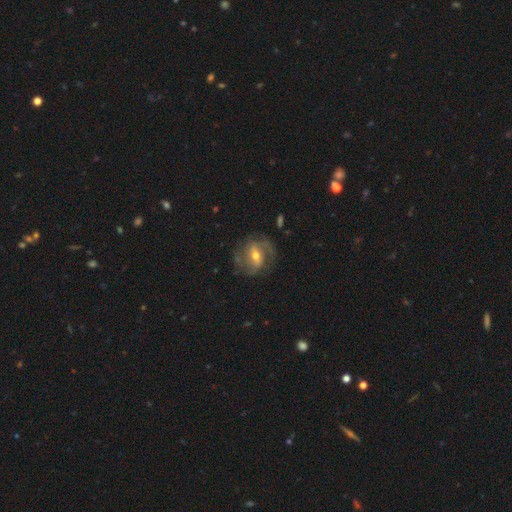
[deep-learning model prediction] featured or disk 78%, smooth 15%, star or artifact 6%. Down the decision tree: edge-on disk — no (96%); bar — weak (43%); spiral arms — yes (90%); spiral arm count — 2 (72%); spiral winding — medium (48%); bulge size — moderate (61%); merging — none (69%).